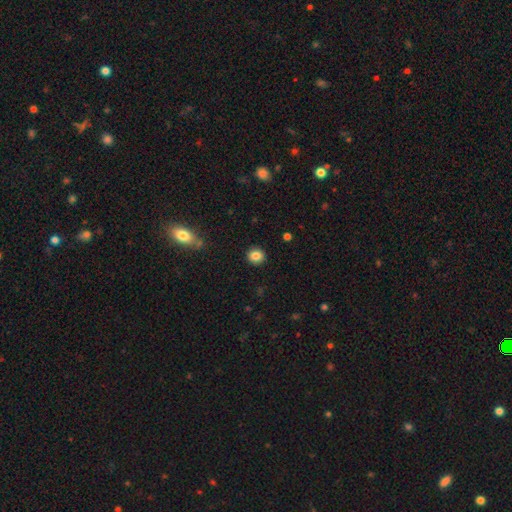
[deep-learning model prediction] smooth 85%, star or artifact 10%, featured or disk 5%. Down the decision tree: how rounded — round (88%); merging — none (91%).